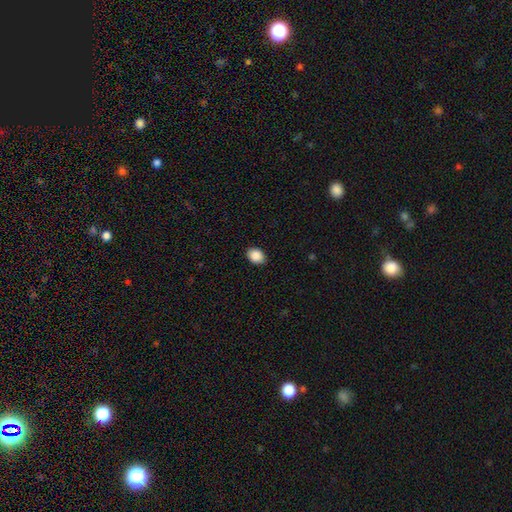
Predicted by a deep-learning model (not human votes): The model was most divided on "how rounded": in between: 70%, round: 30%, cigar-shaped: 1%. More confident: merging — none (89%); smooth or featured — smooth (89%).